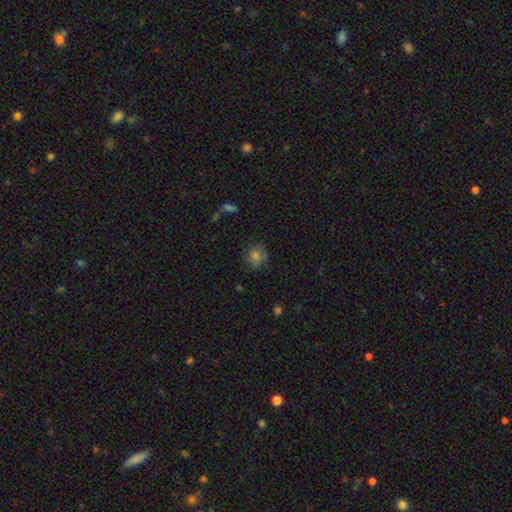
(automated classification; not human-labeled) Smooth or featured: smooth — 68% (featured or disk — 16%)
How rounded: round — 79% (in between — 19%)
Merging: none — 72% (minor disturbance — 19%)